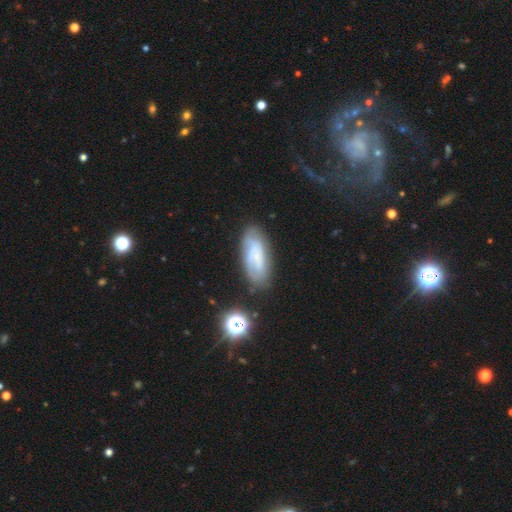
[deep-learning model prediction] Smooth or featured? Predicted: featured or disk (p=0.45). Merging? Predicted: none (p=0.69).